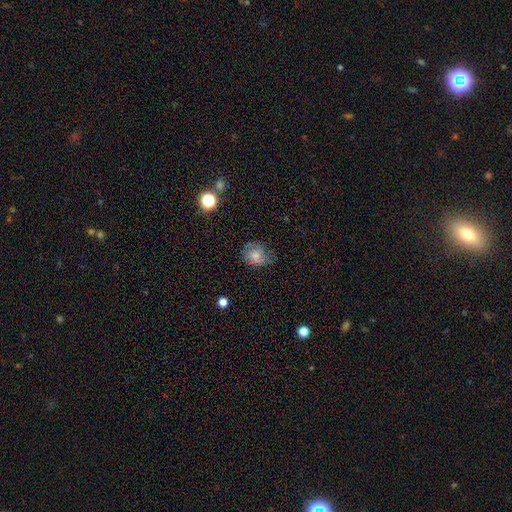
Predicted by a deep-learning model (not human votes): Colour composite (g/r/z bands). It shows a smooth galaxy with no disk features (60%) that is round (60%). Merging: none (59%).